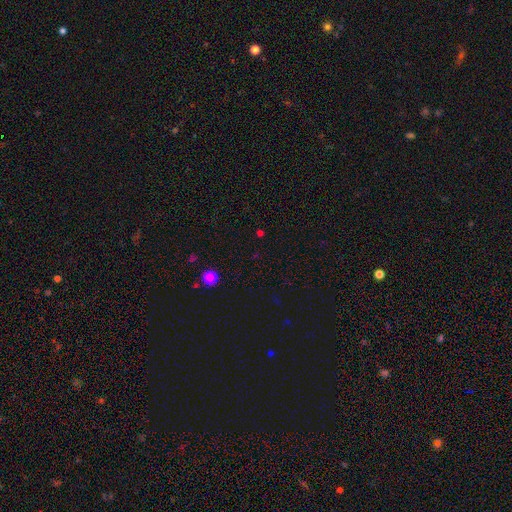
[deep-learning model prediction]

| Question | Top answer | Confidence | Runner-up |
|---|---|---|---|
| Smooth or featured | star or artifact | 56% | smooth (38%) |